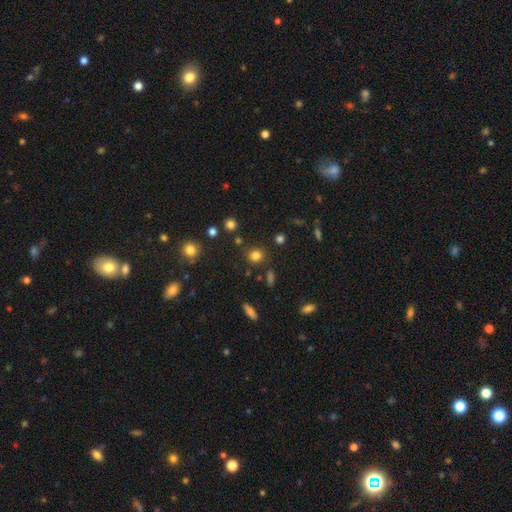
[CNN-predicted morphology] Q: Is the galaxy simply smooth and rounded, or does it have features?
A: smooth — 79%.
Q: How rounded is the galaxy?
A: round — 79%.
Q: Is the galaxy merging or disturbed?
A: none — 84%.